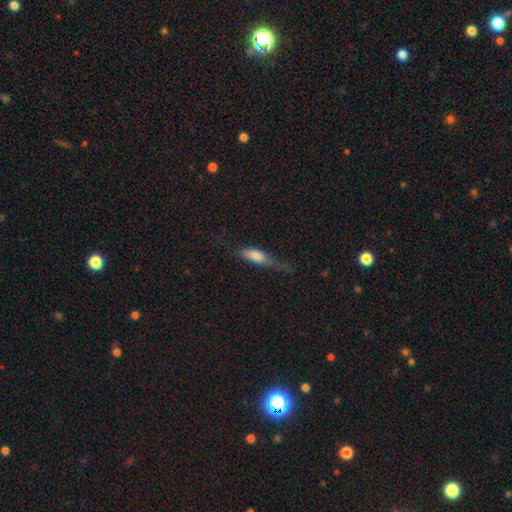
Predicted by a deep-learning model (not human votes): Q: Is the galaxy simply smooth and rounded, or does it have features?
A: smooth — 72%.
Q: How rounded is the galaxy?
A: in between — 54%.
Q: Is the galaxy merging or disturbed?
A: none — 39%.